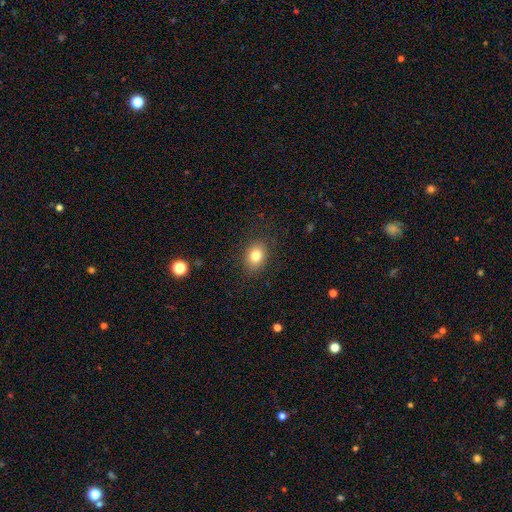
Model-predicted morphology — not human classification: Smooth or featured? smooth (81%)
How rounded? in between (57%)
Merging? none (85%)